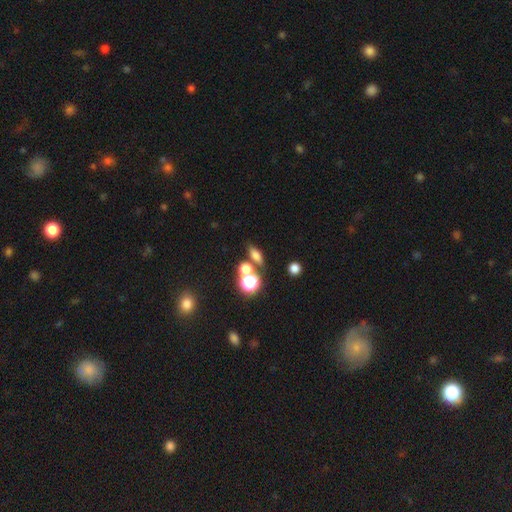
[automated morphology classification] smooth 65%, star or artifact 21%, featured or disk 15%. Down the decision tree: how rounded — in between (56%); merging — none (65%).